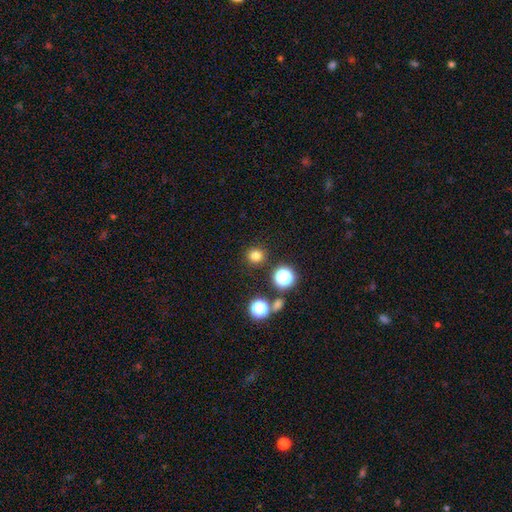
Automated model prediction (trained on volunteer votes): Morphology: type=smooth (77%); roundness=round (93%); merging=none (89%).